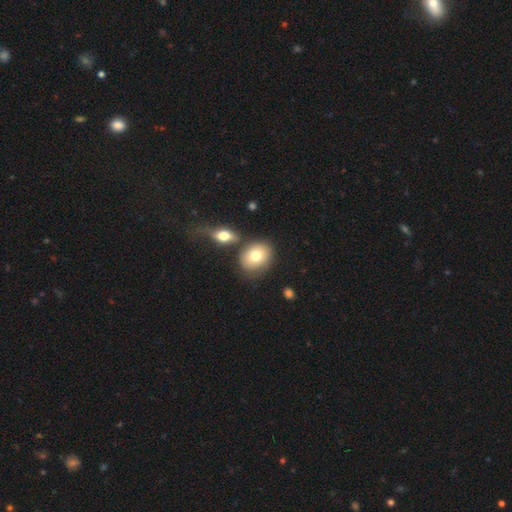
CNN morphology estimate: Smooth or featured: smooth — 74% (featured or disk — 18%)
How rounded: in between — 51% (round — 48%)
Merging: none — 62% (merger — 20%)